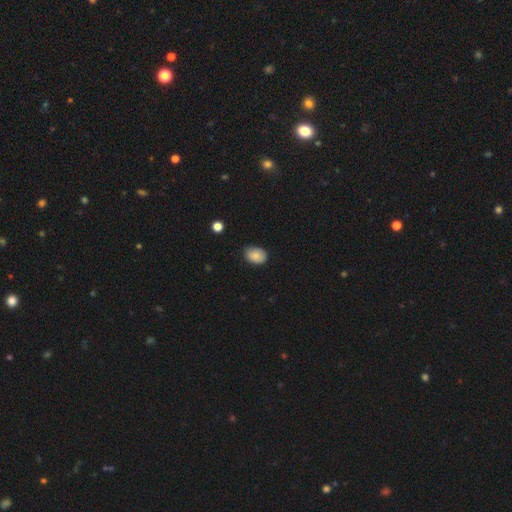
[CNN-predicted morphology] Overall: smooth (85%). How rounded: in between (76%). Merging: none (74%).